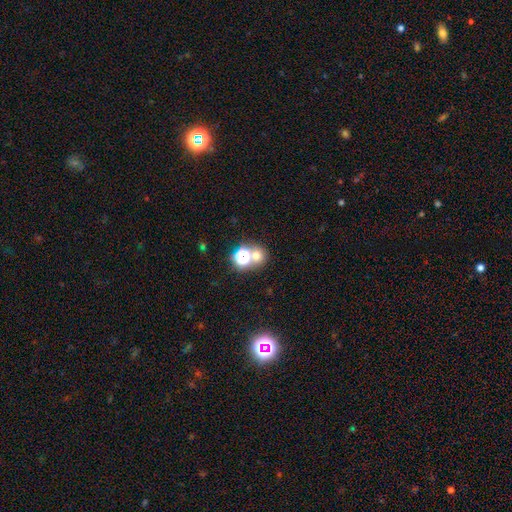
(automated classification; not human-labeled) Smooth or featured? Predicted: smooth (p=0.60). How rounded? Predicted: round (p=0.82). Merging? Predicted: none (p=0.56).